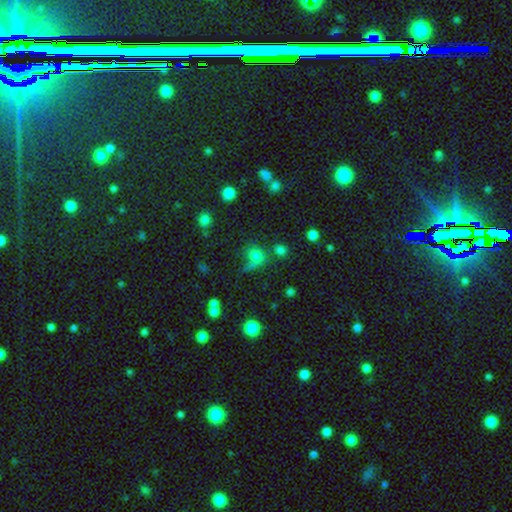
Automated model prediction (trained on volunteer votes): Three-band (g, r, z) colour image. It shows a smooth galaxy with no disk features (68%) that is round (78%). Merging: none (44%).